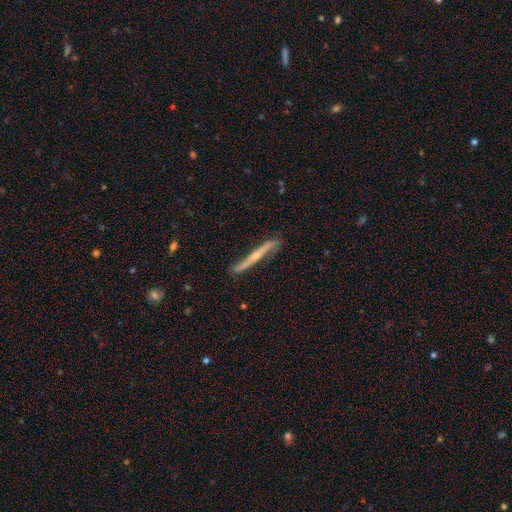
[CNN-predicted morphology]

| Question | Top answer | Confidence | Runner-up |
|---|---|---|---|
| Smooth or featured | featured or disk | 74% | smooth (20%) |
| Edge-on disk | yes | 87% | no (13%) |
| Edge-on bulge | rounded | 73% | none (22%) |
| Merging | none | 78% | minor disturbance (17%) |